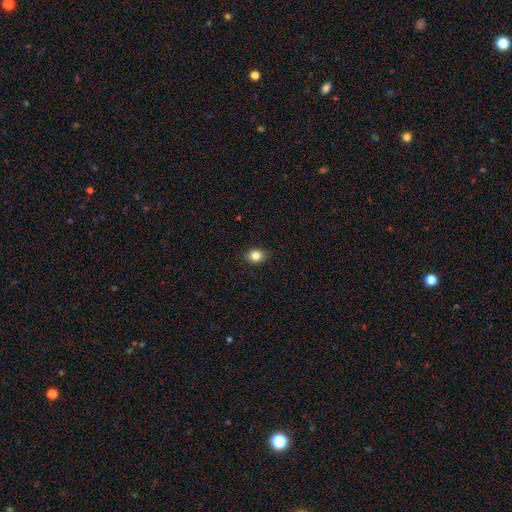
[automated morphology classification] Smooth or featured? Predicted: smooth (p=0.84). How rounded? Predicted: round (p=0.53). Merging? Predicted: none (p=0.89).